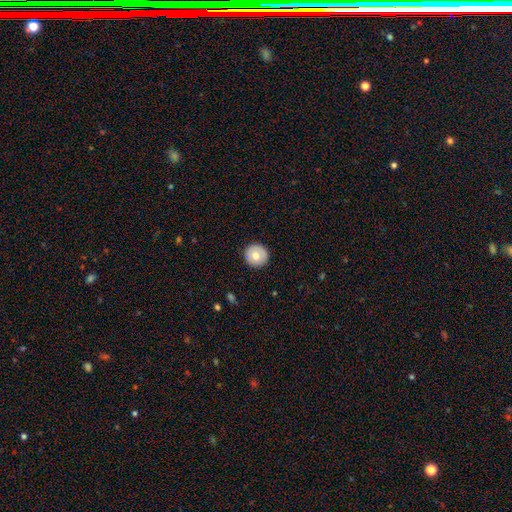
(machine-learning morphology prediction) This is likely a smooth galaxy (70%). How rounded: clearly round (94%). Merging: clearly none (91%).